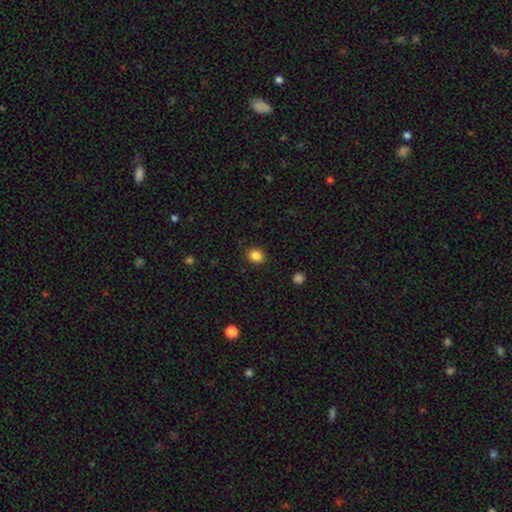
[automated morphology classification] Overall: smooth (85%). How rounded: round (70%). Merging: none (89%).